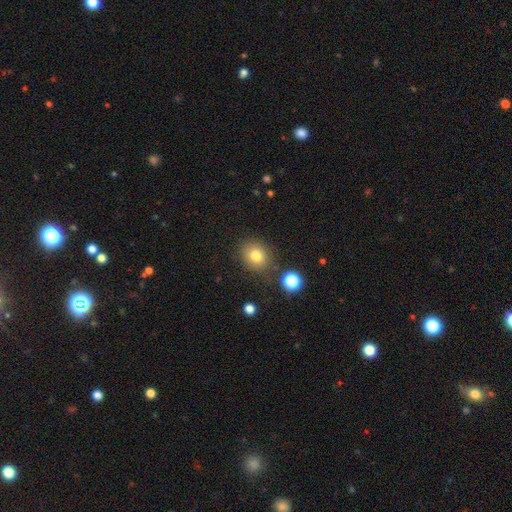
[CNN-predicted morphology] A smooth galaxy with no disk features (78%) that is round (73%). Merging: none (82%).